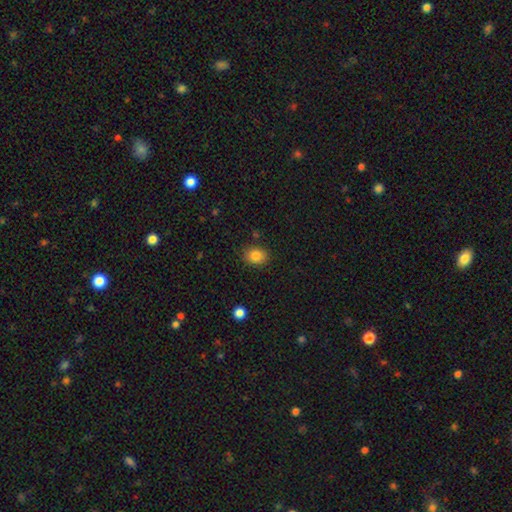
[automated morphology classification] Smooth or featured?
  - smooth: 84% *
  - star or artifact: 10%
  - featured or disk: 6%
How rounded?
  - in between: 50% *
  - round: 49%
  - cigar-shaped: 1%
Merging?
  - none: 85% *
  - minor disturbance: 11%
  - major disturbance: 3%
  - merger: 2%